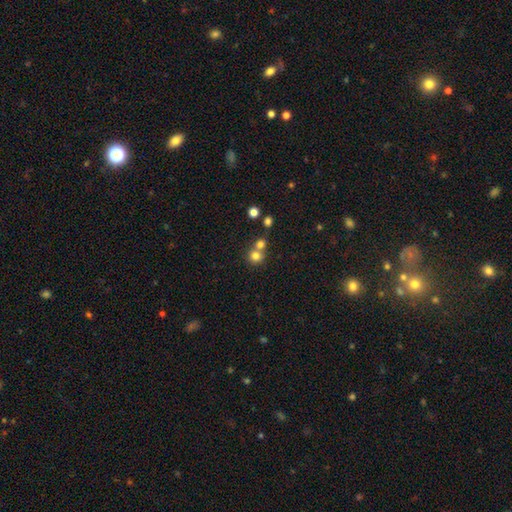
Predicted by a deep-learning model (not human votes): The model was most divided on "merging": none: 50%, merger: 42%, minor disturbance: 6%, major disturbance: 2%. More confident: how rounded — round (89%); smooth or featured — smooth (77%).